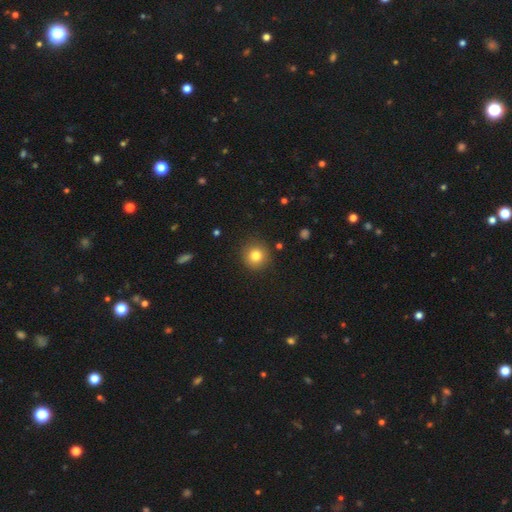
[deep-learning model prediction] Smooth or featured: smooth — 81% (star or artifact — 11%)
How rounded: round — 93% (in between — 6%)
Merging: none — 89% (minor disturbance — 7%)